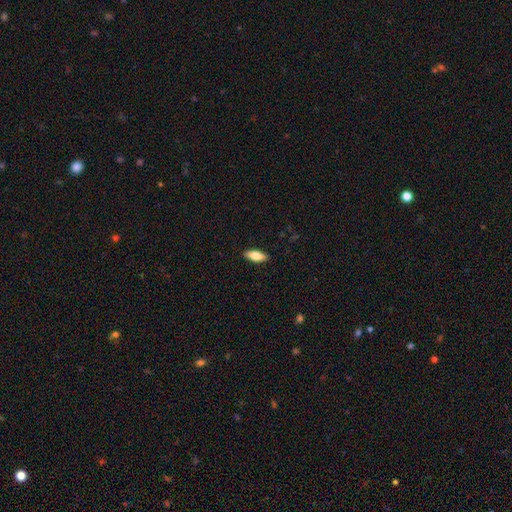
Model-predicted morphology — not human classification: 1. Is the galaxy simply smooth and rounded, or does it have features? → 77% smooth, 17% featured or disk, 6% star or artifact.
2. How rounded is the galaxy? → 76% in between, 21% cigar-shaped, 2% round.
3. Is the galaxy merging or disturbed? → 90% none, 8% minor disturbance, 2% major disturbance, 1% merger.